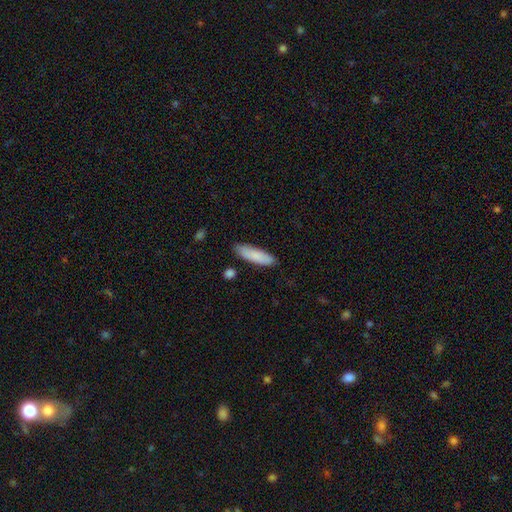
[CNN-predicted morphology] smooth-or-featured: smooth: 85% | featured or disk: 9% | star or artifact: 6%
  how-rounded: cigar-shaped: 56% | in between: 42% | round: 2%
  merging: none: 84% | minor disturbance: 12% | major disturbance: 2% | merger: 2%